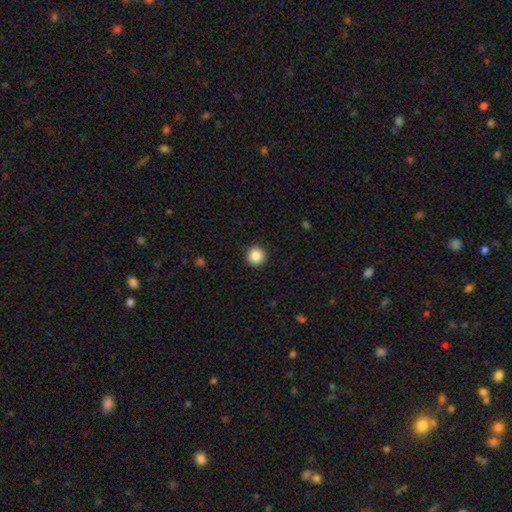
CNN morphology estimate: The model was most divided on "smooth or featured": smooth: 87%, star or artifact: 9%, featured or disk: 4%. More confident: how rounded — round (96%); merging — none (93%).